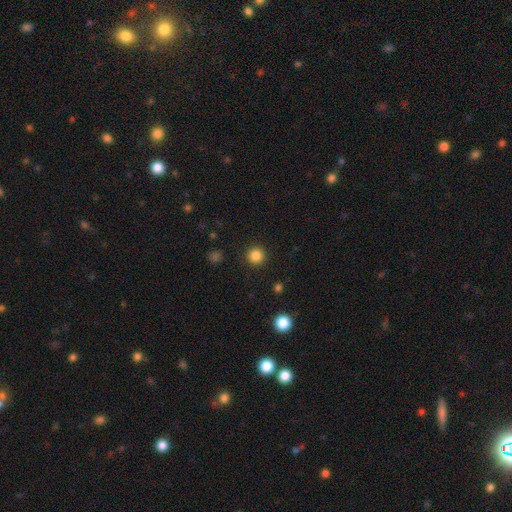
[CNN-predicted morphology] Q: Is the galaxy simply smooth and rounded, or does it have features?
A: smooth — 84%.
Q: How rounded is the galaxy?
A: round — 96%.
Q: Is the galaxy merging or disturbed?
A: none — 92%.